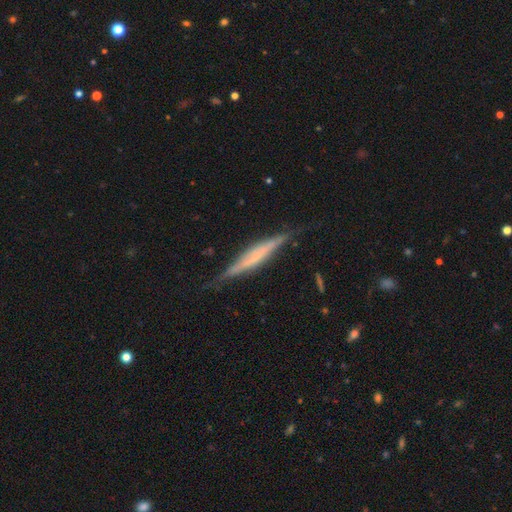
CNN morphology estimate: Q: Smooth or featured?
A: featured or disk (64%); runner-up: smooth (29%)
Q: Edge-on disk?
A: yes (95%); runner-up: no (5%)
Q: Edge-on bulge?
A: none (48%); runner-up: rounded (28%)
Q: Merging?
A: none (75%); runner-up: minor disturbance (19%)